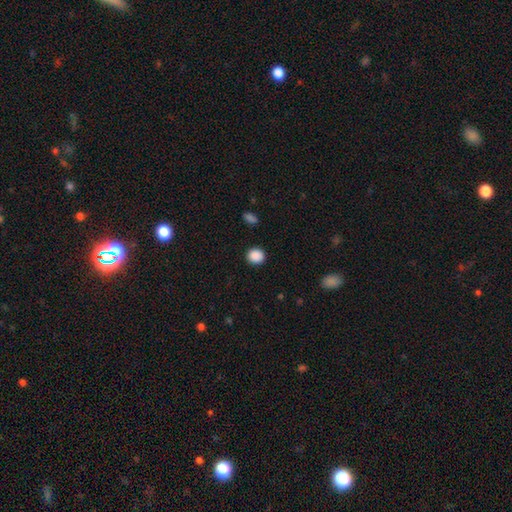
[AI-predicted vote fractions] Smooth or featured?
  - smooth: 89% *
  - star or artifact: 9%
  - featured or disk: 2%
How rounded?
  - round: 83% *
  - in between: 16%
  - cigar-shaped: 1%
Merging?
  - none: 91% *
  - minor disturbance: 6%
  - major disturbance: 2%
  - merger: 1%